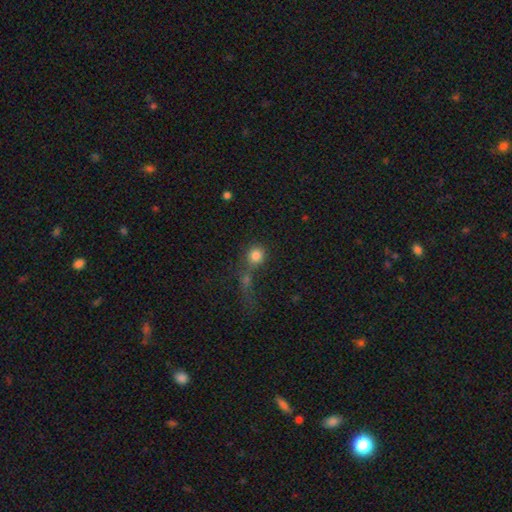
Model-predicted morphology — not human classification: Smooth or featured? Predicted: smooth (p=0.82). How rounded? Predicted: round (p=0.89). Merging? Predicted: none (p=0.51).